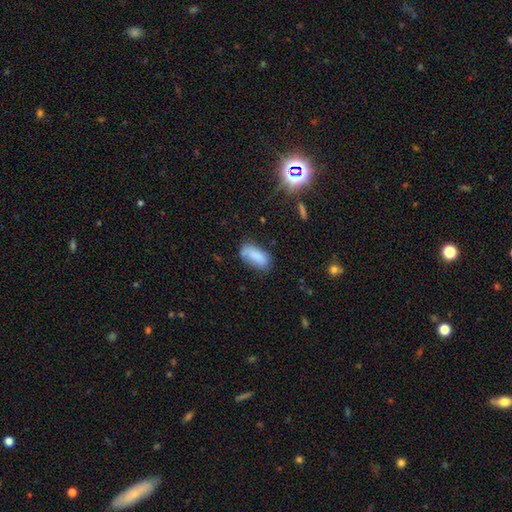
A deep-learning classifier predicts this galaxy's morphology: Smooth or featured? Predicted: smooth (p=0.84). How rounded? Predicted: in between (p=0.87). Merging? Predicted: none (p=0.63).